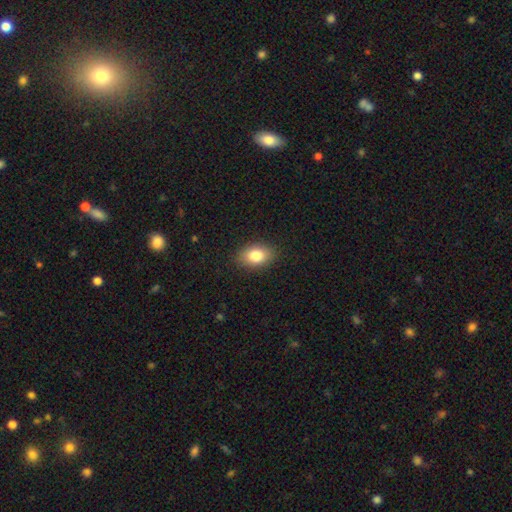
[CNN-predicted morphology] smooth-or-featured: smooth: 82% | featured or disk: 9% | star or artifact: 8%
  how-rounded: in between: 86% | round: 13% | cigar-shaped: 2%
  merging: none: 88% | minor disturbance: 9% | major disturbance: 2% | merger: 1%